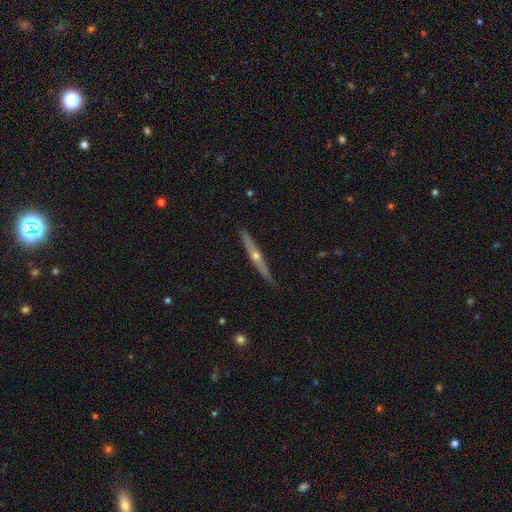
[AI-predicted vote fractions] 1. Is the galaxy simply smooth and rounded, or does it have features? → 77% featured or disk, 17% smooth, 6% star or artifact.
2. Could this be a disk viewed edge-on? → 97% yes, 3% no.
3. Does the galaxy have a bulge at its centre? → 88% rounded, 9% none, 3% boxy.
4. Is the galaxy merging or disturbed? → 89% none, 8% minor disturbance, 1% major disturbance, 1% merger.